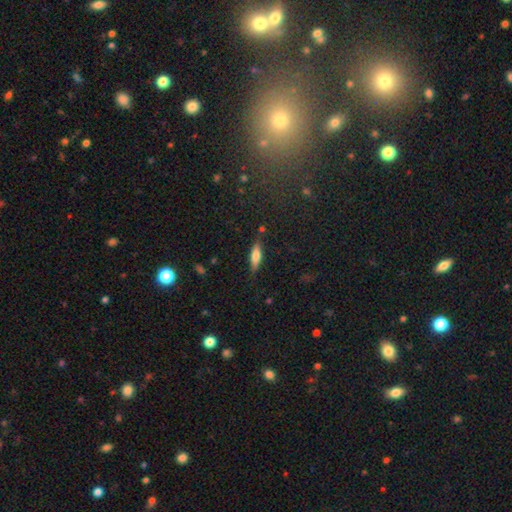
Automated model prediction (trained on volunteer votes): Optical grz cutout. It shows a smooth galaxy with no disk features (65%) that is cigar-shaped (55%). Merging: none (81%).